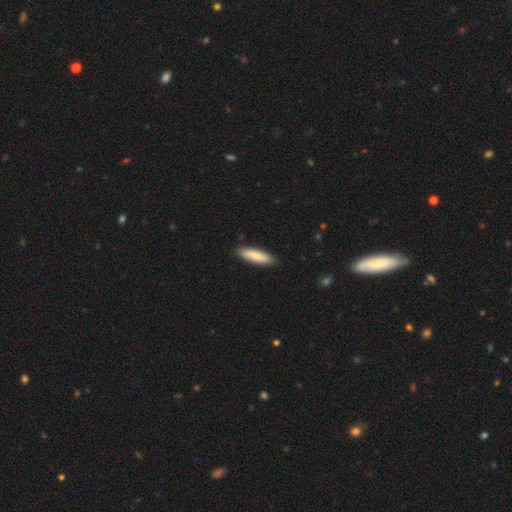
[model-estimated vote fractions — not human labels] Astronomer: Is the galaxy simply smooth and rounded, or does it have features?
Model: smooth — 84%.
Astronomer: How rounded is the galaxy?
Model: cigar-shaped — 70%.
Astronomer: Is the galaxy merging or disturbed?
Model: none — 89%.